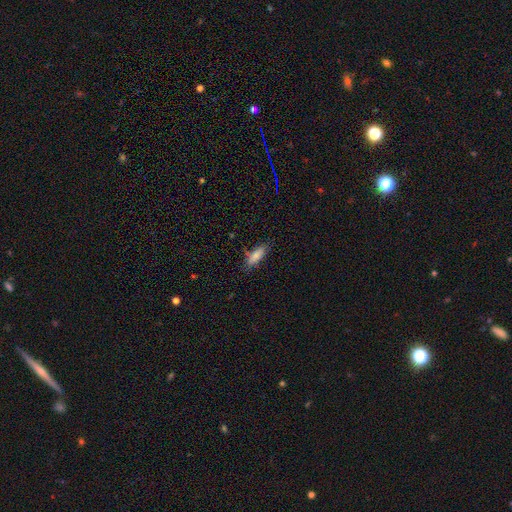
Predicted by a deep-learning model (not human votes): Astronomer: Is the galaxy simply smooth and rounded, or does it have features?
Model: smooth — 82%.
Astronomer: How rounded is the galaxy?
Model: in between — 63%.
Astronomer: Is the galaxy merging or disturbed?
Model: none — 77%.